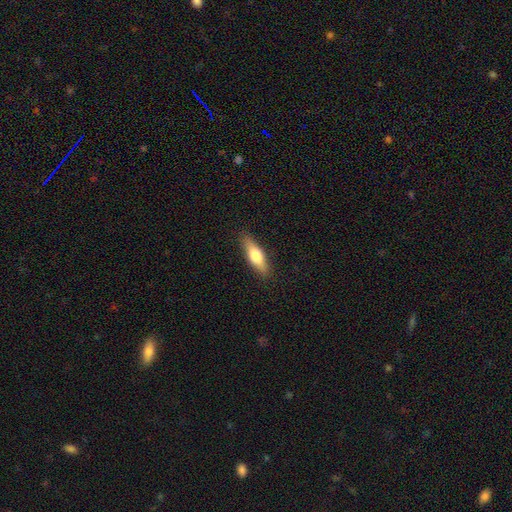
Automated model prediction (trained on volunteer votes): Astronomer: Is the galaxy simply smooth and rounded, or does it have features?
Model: smooth — 63%.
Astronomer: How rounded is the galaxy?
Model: cigar-shaped — 54% (runner-up: in between, 44%).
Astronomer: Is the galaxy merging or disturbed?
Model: none — 88%.